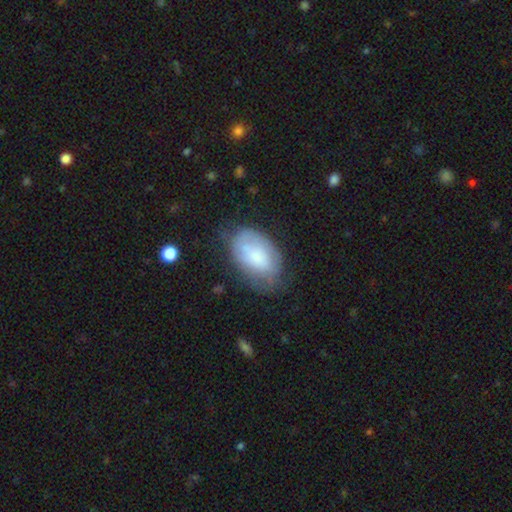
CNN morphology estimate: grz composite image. It shows a smooth galaxy with no disk features (67%) that is in between round and cigar-shaped (91%). Merging: none (55%).